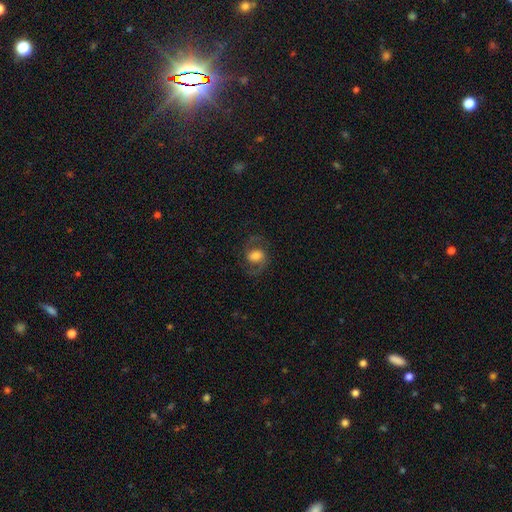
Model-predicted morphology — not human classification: Smooth or featured? featured or disk (66%)
Edge-on disk? no (97%)
Bar? no (45%)
Spiral arms? yes (89%)
Spiral winding? medium (56%)
Spiral arm count? 2 (91%)
Bulge size? moderate (40%)
Merging? none (74%)